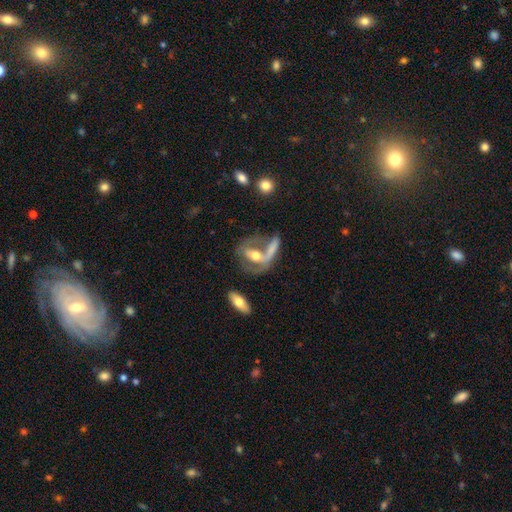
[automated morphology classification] smooth_or_featured: featured or disk (p=0.60) [alt: smooth p=0.32]
disk_edge_on: no (p=0.77) [alt: yes p=0.23]
merging: none (p=0.33) [alt: merger p=0.31]